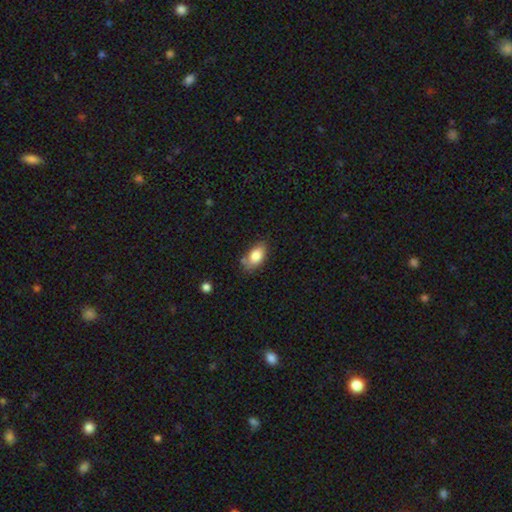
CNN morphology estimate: Smooth or featured? smooth (83%)
How rounded? in between (90%)
Merging? none (67%)